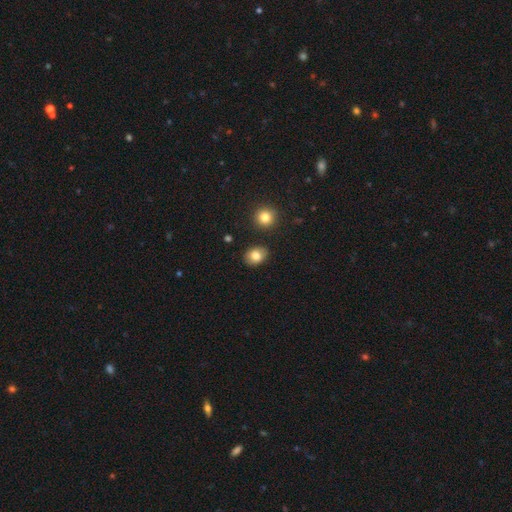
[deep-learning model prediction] A smooth galaxy with no disk features (81%) that is in between round and cigar-shaped (65%).

Vote fractions:
- Smooth or featured? smooth: 81% / featured or disk: 10% / star or artifact: 9%
- How rounded? in between: 65% / round: 34% / cigar-shaped: 1%
- Merging? none: 85% / minor disturbance: 10% / merger: 3% / major disturbance: 2%